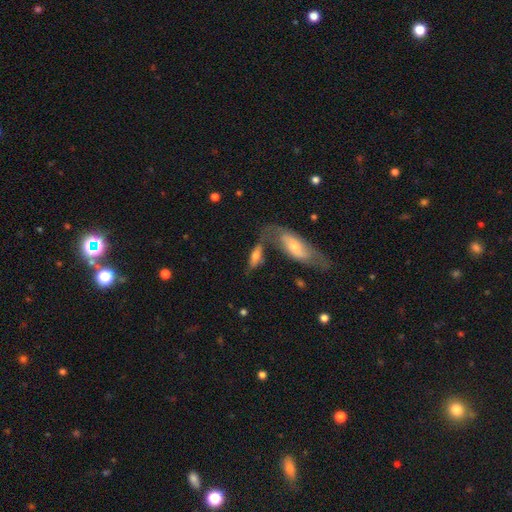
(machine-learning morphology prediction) Smooth or featured? smooth (56%)
How rounded? in between (61%)
Merging? none (41%)